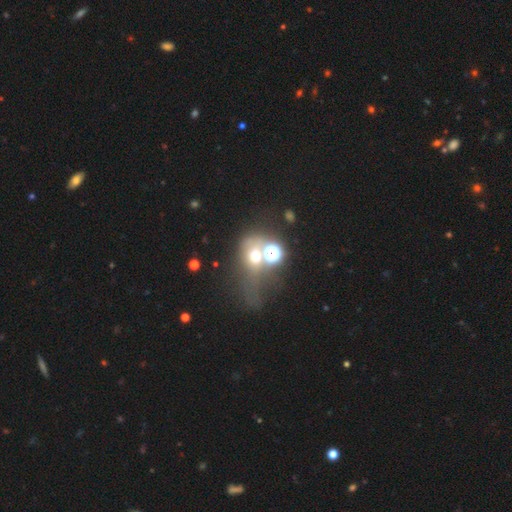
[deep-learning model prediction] The model was most divided on "merging": merger: 35%, none: 26%, major disturbance: 26%, minor disturbance: 12%. More confident: how rounded — round (60%); smooth or featured — smooth (53%).